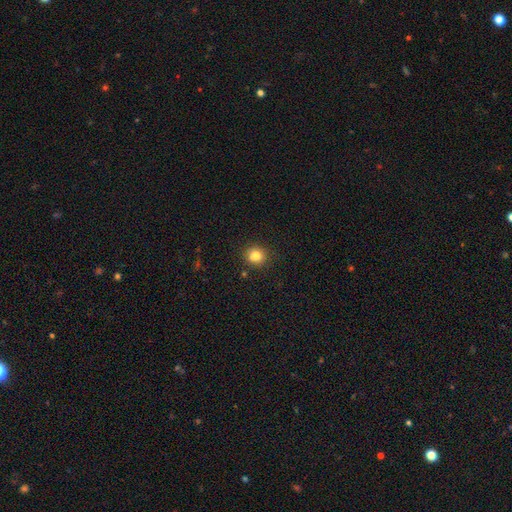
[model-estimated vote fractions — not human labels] Smooth or featured: smooth — 78% (star or artifact — 12%)
How rounded: round — 84% (in between — 15%)
Merging: none — 69% (merger — 16%)